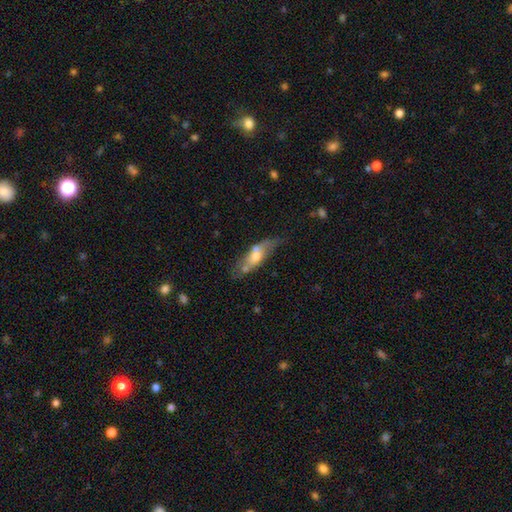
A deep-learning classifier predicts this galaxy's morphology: Smooth or featured? featured or disk (48%)
Merging? none (45%)